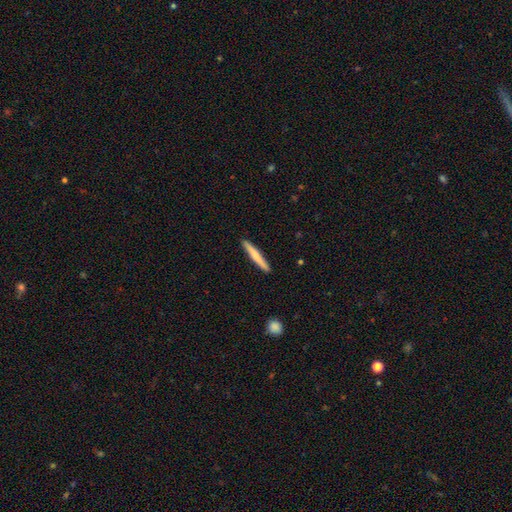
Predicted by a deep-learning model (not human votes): This appears to be a smooth galaxy with no disk features (68%) that is cigar-shaped (96%). Merging: none (91%).